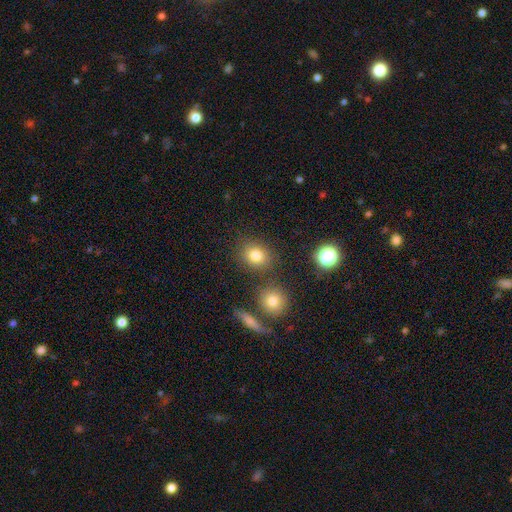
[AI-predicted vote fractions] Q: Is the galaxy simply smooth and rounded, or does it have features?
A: smooth — 78%.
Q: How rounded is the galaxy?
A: round — 67%.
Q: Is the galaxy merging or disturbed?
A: none — 79%.